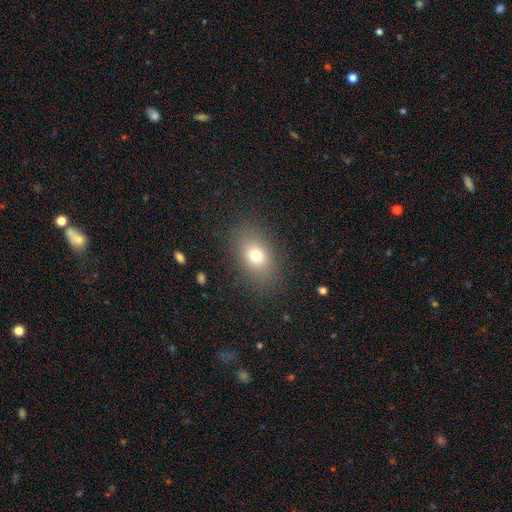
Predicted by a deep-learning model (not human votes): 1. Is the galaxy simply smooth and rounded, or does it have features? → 75% smooth, 12% star or artifact, 12% featured or disk.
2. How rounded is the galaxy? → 74% in between, 23% round, 2% cigar-shaped.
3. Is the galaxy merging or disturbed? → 85% none, 10% minor disturbance, 4% major disturbance, 1% merger.